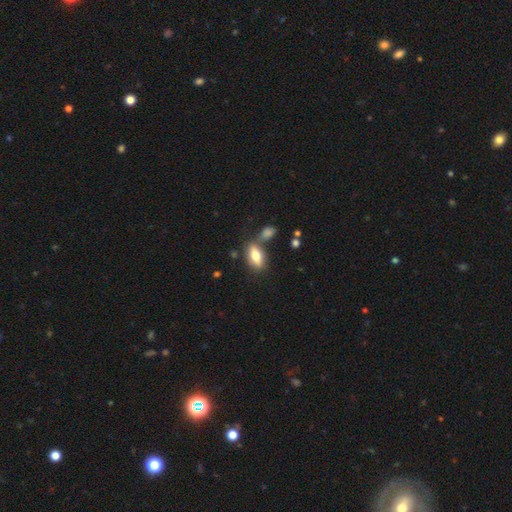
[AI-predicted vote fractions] This appears to be a smooth galaxy with no disk features (72%) that is in between round and cigar-shaped (82%). Merging: none (61%).